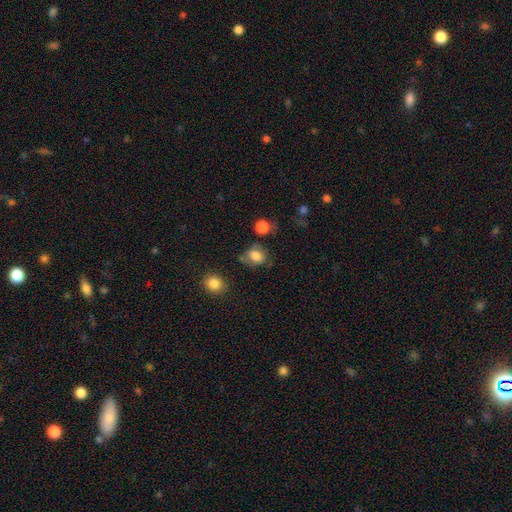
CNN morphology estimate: The model was most divided on "how rounded": round: 53%, in between: 46%, cigar-shaped: 1%. More confident: smooth or featured — smooth (79%); merging — none (58%).